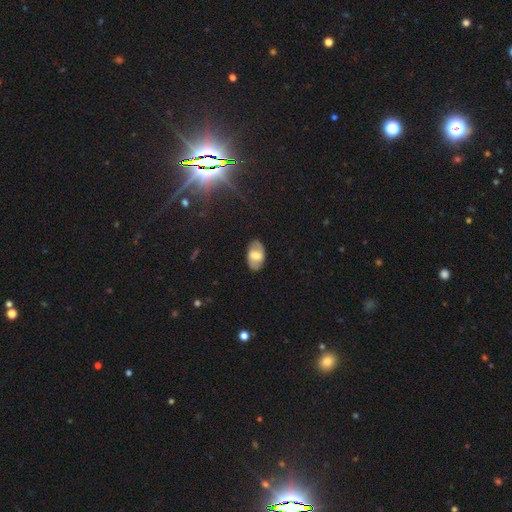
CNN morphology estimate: Smooth or featured?
  - smooth: 54% *
  - featured or disk: 39%
  - star or artifact: 7%
How rounded?
  - in between: 92% *
  - round: 6%
  - cigar-shaped: 2%
Merging?
  - none: 84% *
  - minor disturbance: 12%
  - major disturbance: 3%
  - merger: 1%